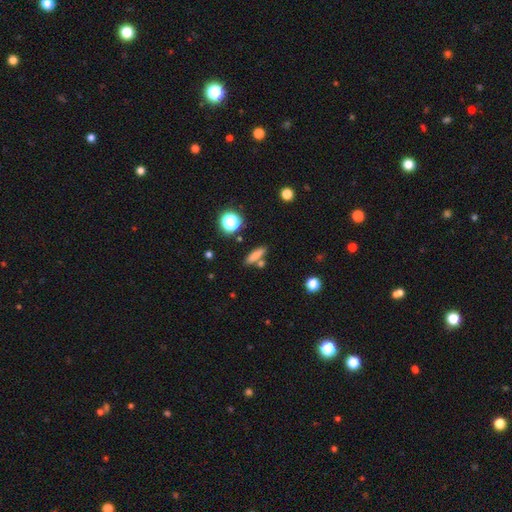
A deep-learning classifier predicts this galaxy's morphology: This is likely a smooth galaxy (75%). How rounded: likely cigar-shaped (62%). Merging: likely none (74%).